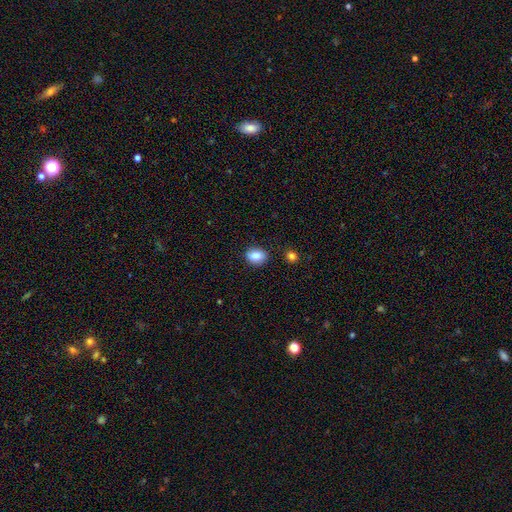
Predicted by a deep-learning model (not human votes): Smooth or featured? Predicted: smooth (p=0.83). How rounded? Predicted: in between (p=0.49, tied with round). Merging? Predicted: none (p=0.86).